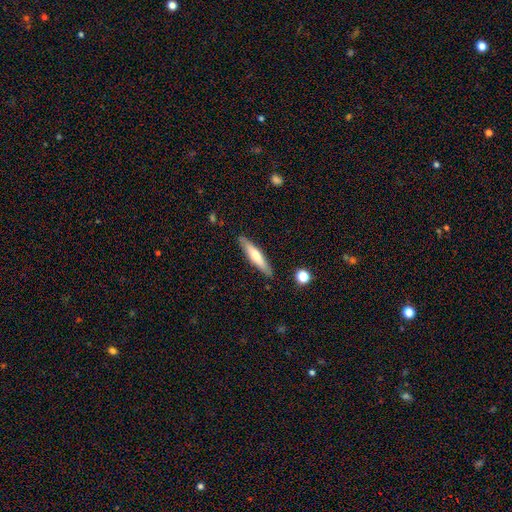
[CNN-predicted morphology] Q: Smooth or featured?
A: smooth (57%); runner-up: featured or disk (37%)
Q: How rounded?
A: cigar-shaped (86%); runner-up: in between (13%)
Q: Merging?
A: none (88%); runner-up: minor disturbance (9%)